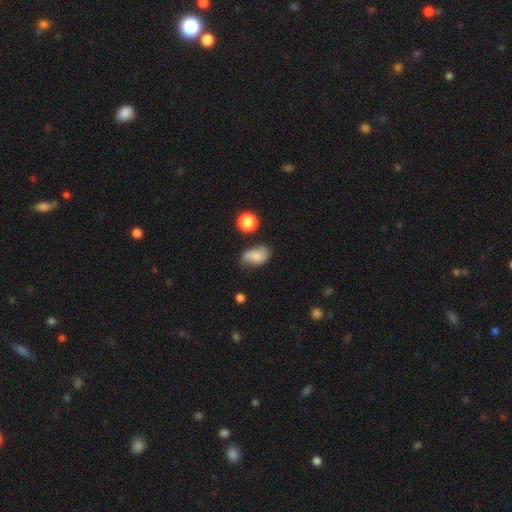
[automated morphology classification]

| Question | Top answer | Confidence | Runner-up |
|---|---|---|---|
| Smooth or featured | smooth | 66% | featured or disk (24%) |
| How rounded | in between | 85% | round (13%) |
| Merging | none | 52% | minor disturbance (32%) |